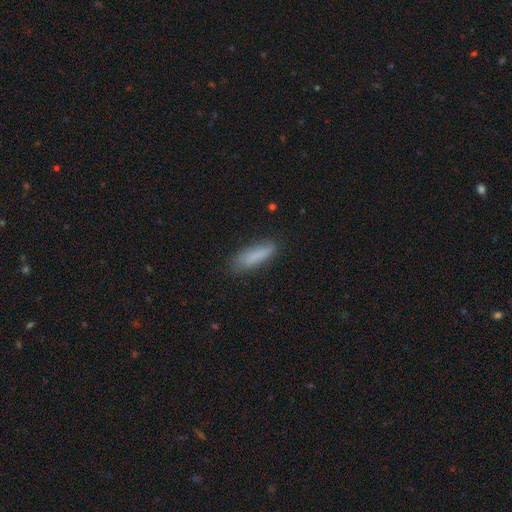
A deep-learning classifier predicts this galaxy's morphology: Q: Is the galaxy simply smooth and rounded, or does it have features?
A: smooth — 83%.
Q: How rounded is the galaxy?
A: cigar-shaped — 57%.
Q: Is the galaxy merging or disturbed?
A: none — 77%.